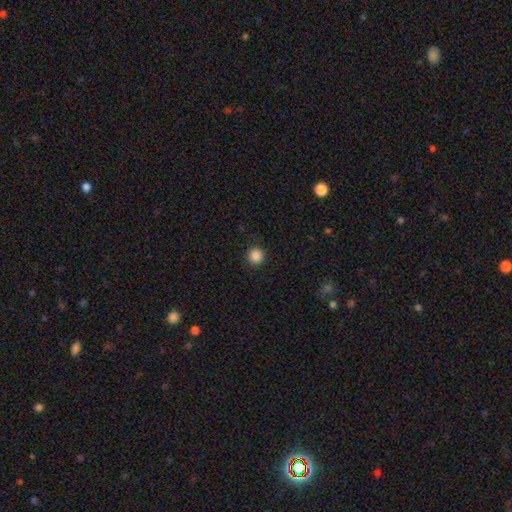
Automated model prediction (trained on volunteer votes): A smooth galaxy with no disk features (87%) that is round (95%). Merging: none (92%).